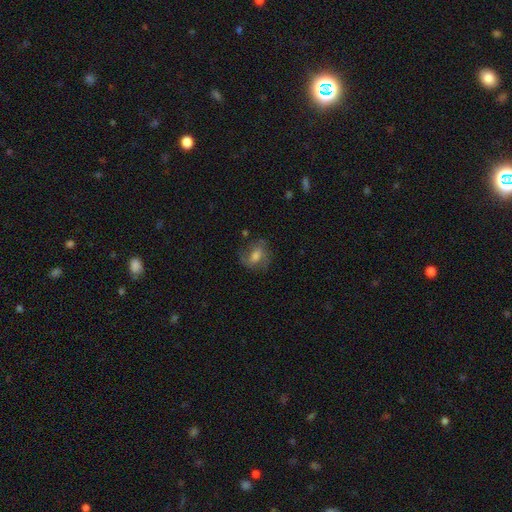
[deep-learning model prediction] Morphology: type=featured or disk (49%); merging=none (60%).